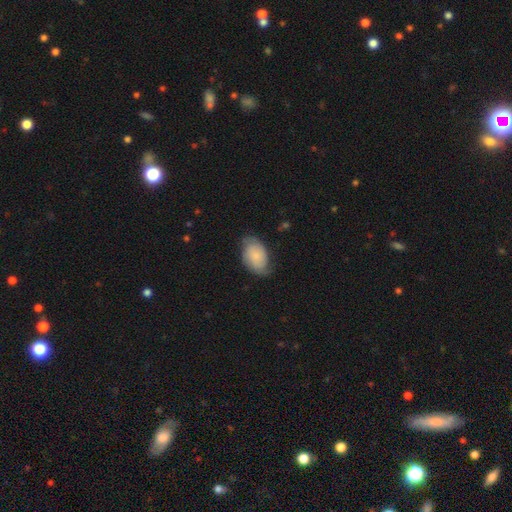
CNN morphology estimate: A smooth galaxy with no disk features (53%) that is in between round and cigar-shaped (88%).

Vote fractions:
- Smooth or featured? smooth: 53% / featured or disk: 40% / star or artifact: 7%
- How rounded? in between: 88% / round: 11% / cigar-shaped: 1%
- Merging? none: 62% / minor disturbance: 28% / major disturbance: 8% / merger: 1%